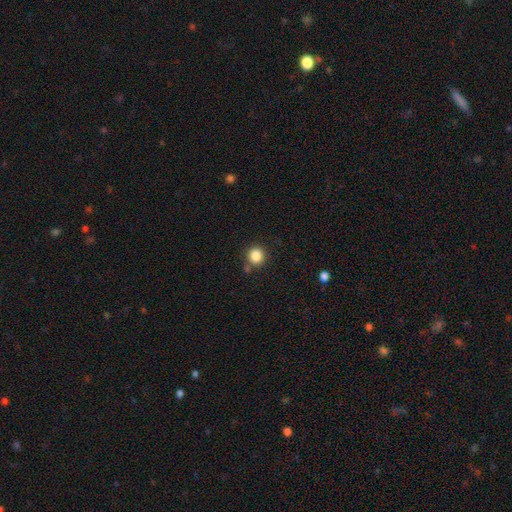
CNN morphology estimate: smooth 85%, star or artifact 11%, featured or disk 4%. Down the decision tree: how rounded — round (90%); merging — none (80%).